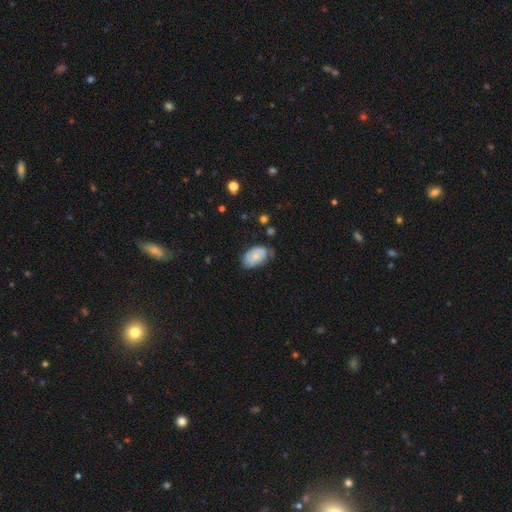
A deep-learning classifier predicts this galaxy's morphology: smooth_or_featured: smooth (p=0.63) [alt: featured or disk p=0.30]
how_rounded: in between (p=0.92) [alt: round p=0.06]
merging: none (p=0.57) [alt: minor disturbance p=0.33]